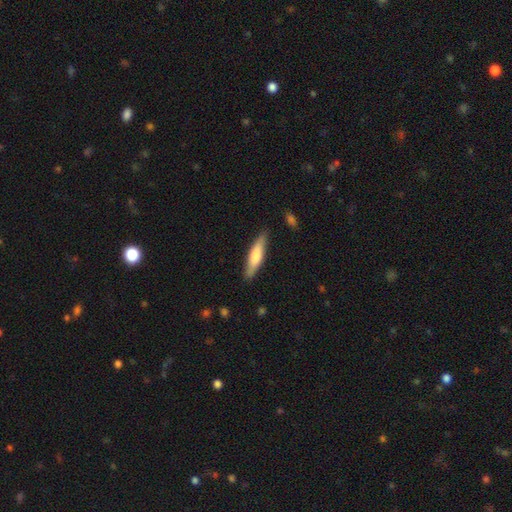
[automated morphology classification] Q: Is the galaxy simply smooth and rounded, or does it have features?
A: smooth — 67%.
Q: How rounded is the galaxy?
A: cigar-shaped — 78%.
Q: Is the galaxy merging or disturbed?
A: none — 87%.